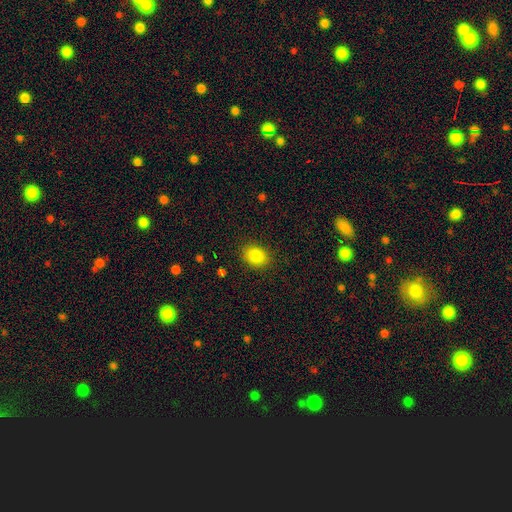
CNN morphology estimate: Q: Smooth or featured?
A: smooth (85%); runner-up: star or artifact (10%)
Q: How rounded?
A: in between (56%); runner-up: round (43%)
Q: Merging?
A: none (88%); runner-up: minor disturbance (9%)